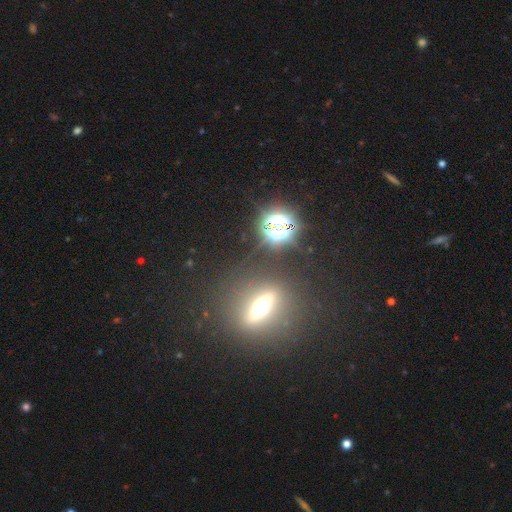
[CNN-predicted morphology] featured or disk 43%, star or artifact 31%, smooth 26%. Down the decision tree: merging — none (77%).